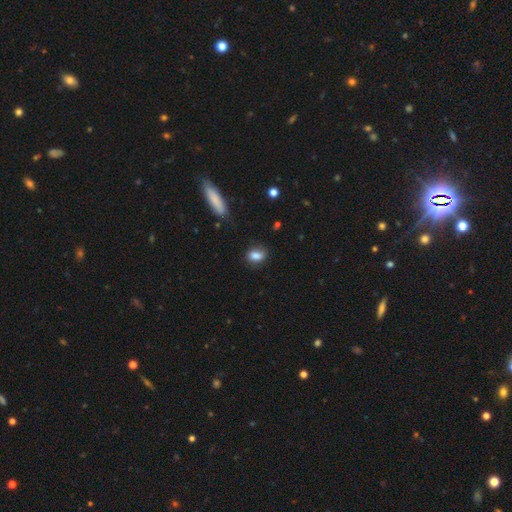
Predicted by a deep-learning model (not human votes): This is clearly a smooth galaxy (83%). How rounded: likely in between (77%). Merging: likely none (76%).